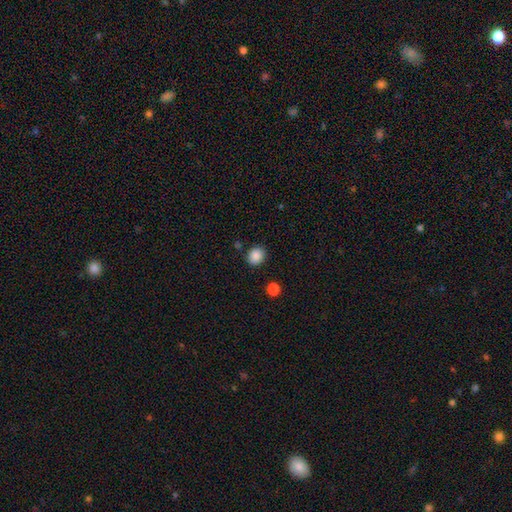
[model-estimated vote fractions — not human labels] Smooth or featured? Predicted: smooth (p=0.87). How rounded? Predicted: round (p=0.69). Merging? Predicted: none (p=0.84).